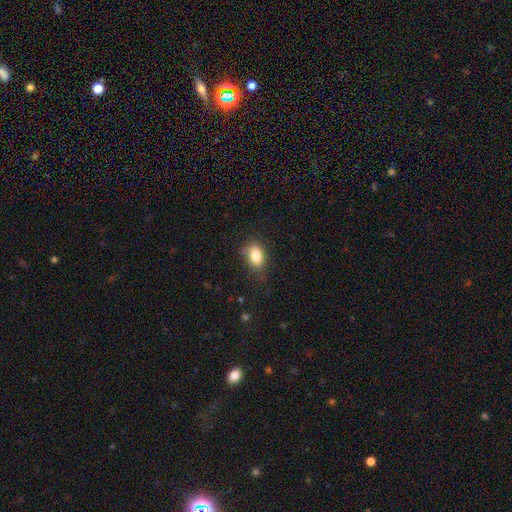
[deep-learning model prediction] A smooth galaxy with no disk features (83%) that is in between round and cigar-shaped (84%).

Vote fractions:
- Smooth or featured? smooth: 83% / star or artifact: 9% / featured or disk: 8%
- How rounded? in between: 84% / round: 14% / cigar-shaped: 2%
- Merging? none: 74% / minor disturbance: 19% / major disturbance: 5% / merger: 2%